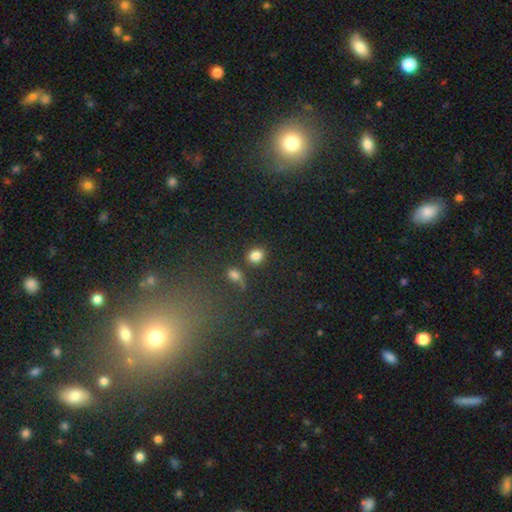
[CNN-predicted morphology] A smooth galaxy with no disk features (83%) that is round (72%).

Vote fractions:
- Smooth or featured? smooth: 83% / star or artifact: 11% / featured or disk: 6%
- How rounded? round: 72% / in between: 26% / cigar-shaped: 1%
- Merging? none: 78% / minor disturbance: 9% / merger: 9% / major disturbance: 4%